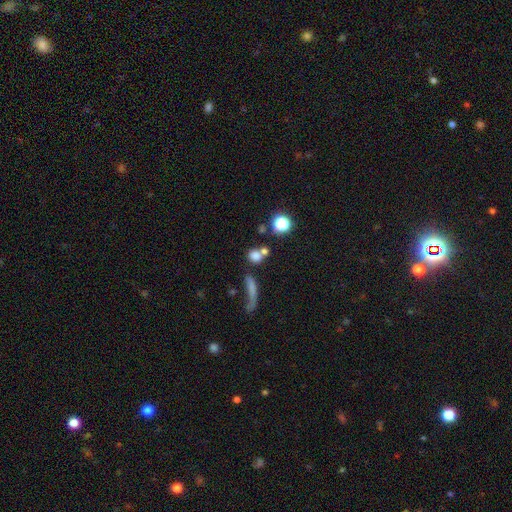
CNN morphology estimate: A smooth galaxy with no disk features (73%) that is round (69%).

Vote fractions:
- Smooth or featured? smooth: 73% / star or artifact: 16% / featured or disk: 11%
- How rounded? round: 69% / in between: 22% / cigar-shaped: 8%
- Merging? none: 50% / merger: 32% / minor disturbance: 10% / major disturbance: 7%